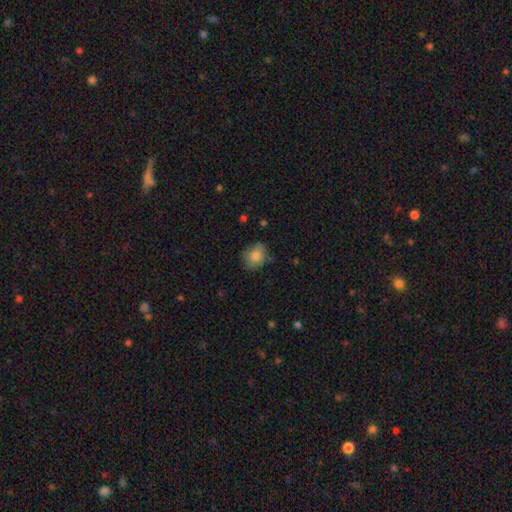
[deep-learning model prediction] smooth-or-featured: smooth: 72% | featured or disk: 20% | star or artifact: 8%
  how-rounded: round: 56% | in between: 43% | cigar-shaped: 1%
  merging: none: 70% | minor disturbance: 22% | major disturbance: 6% | merger: 1%